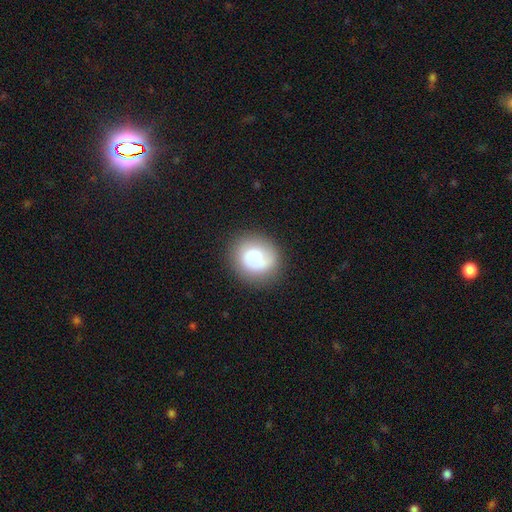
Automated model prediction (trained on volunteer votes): This appears to be a smooth galaxy with no disk features (59%) that is round (80%). Merging: none (74%).